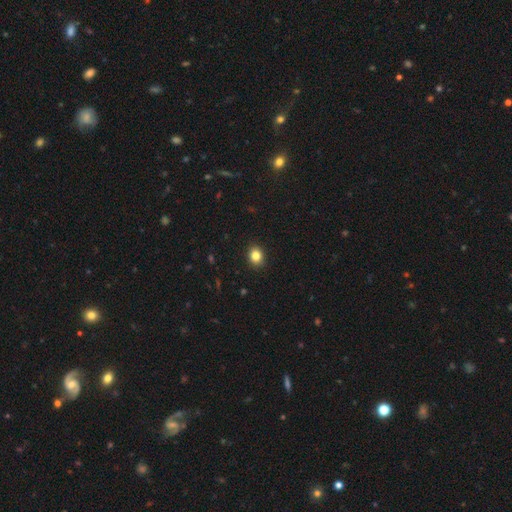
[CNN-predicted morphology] smooth-or-featured: smooth: 84% | star or artifact: 11% | featured or disk: 5%
  how-rounded: round: 57% | in between: 42% | cigar-shaped: 1%
  merging: none: 91% | minor disturbance: 6% | major disturbance: 2% | merger: 1%